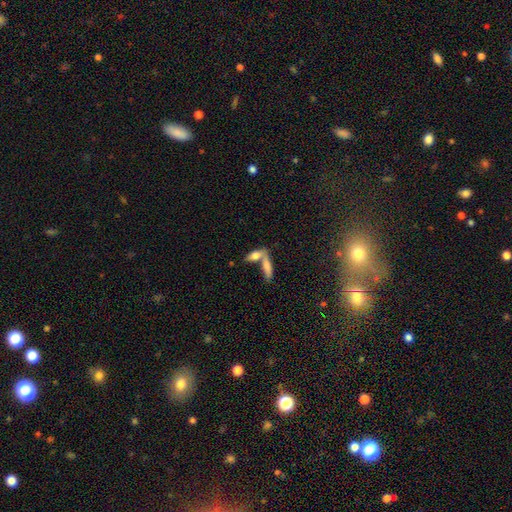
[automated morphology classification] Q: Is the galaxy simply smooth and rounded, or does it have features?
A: smooth — 70%.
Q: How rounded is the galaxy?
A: in between — 55%.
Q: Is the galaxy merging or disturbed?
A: merger — 51%.